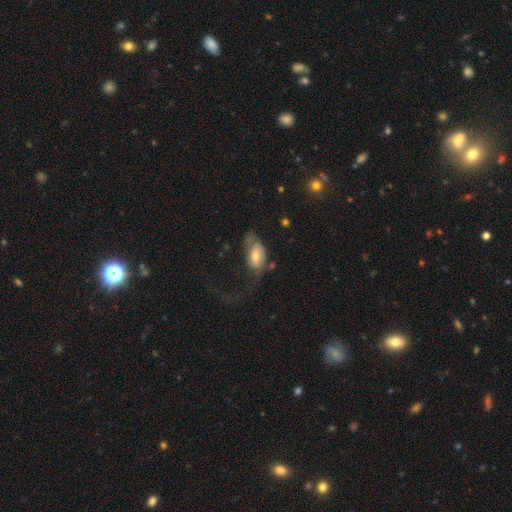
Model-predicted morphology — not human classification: type=smooth (52%); roundness=in between (90%); merging=major disturbance (51%).